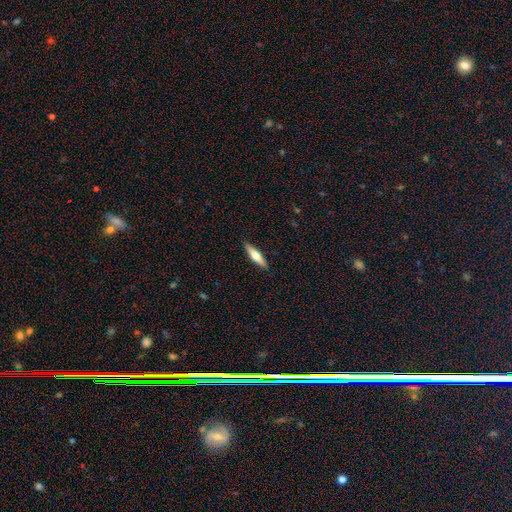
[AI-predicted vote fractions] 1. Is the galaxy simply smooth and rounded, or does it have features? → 49% featured or disk, 46% smooth, 5% star or artifact.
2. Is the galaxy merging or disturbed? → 90% none, 7% minor disturbance, 2% major disturbance, 1% merger.